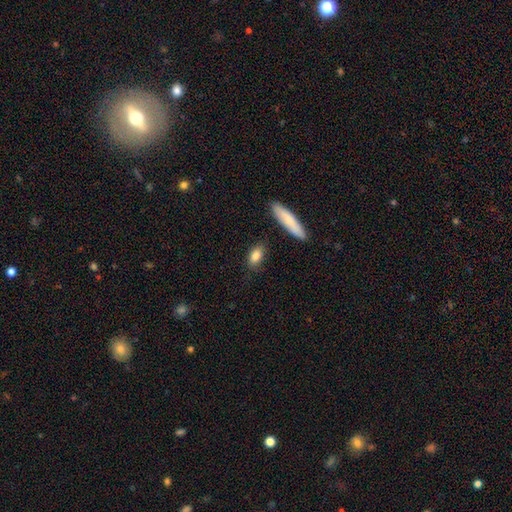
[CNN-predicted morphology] Overall: smooth (83%). How rounded: in between (79%). Merging: none (81%).